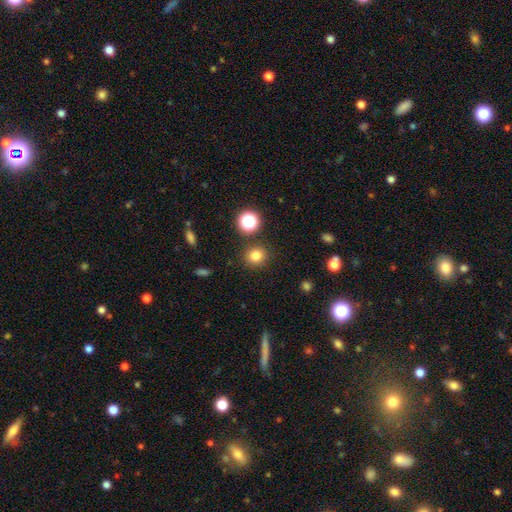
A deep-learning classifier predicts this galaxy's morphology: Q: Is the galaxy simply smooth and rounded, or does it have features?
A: smooth — 79%.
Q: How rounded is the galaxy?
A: round — 87%.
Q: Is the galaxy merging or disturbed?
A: none — 88%.